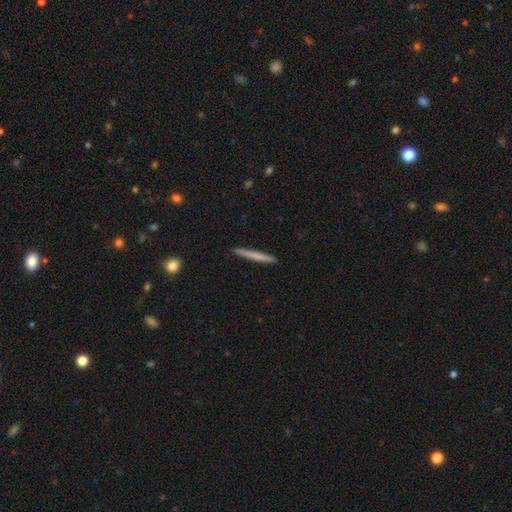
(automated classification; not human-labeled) Smooth or featured? smooth (64%)
How rounded? cigar-shaped (97%)
Merging? none (91%)